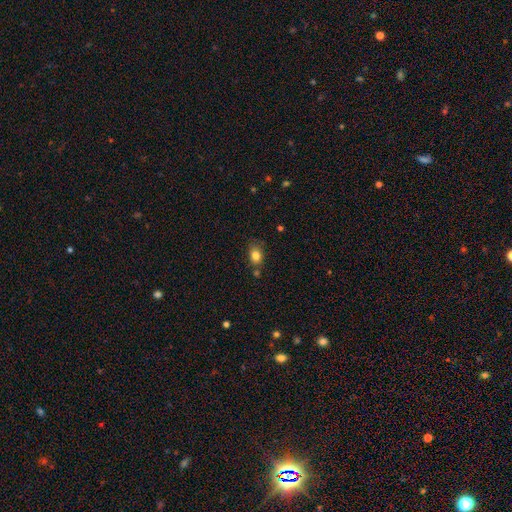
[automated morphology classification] Q: Smooth or featured?
A: smooth (82%); runner-up: star or artifact (10%)
Q: How rounded?
A: in between (72%); runner-up: round (27%)
Q: Merging?
A: none (69%); runner-up: minor disturbance (18%)